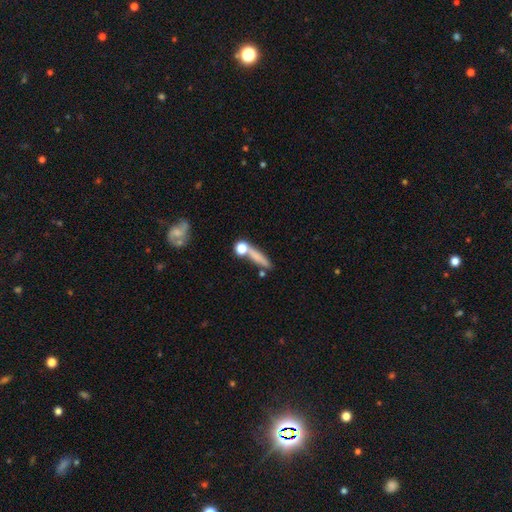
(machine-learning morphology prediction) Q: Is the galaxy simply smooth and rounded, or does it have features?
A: smooth — 66%.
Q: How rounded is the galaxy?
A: cigar-shaped — 69%.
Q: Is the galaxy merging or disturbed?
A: none — 61%.